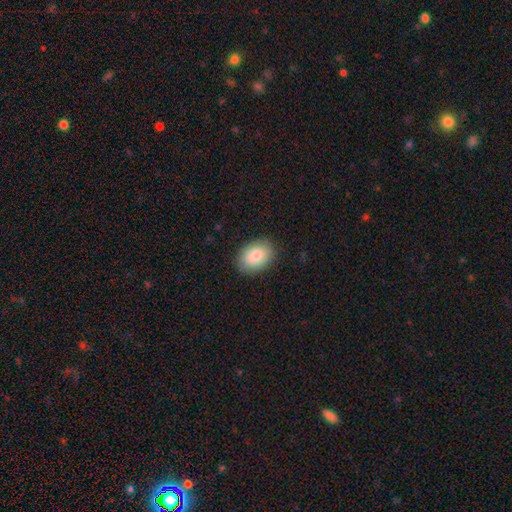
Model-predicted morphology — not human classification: smooth 85%, featured or disk 8%, star or artifact 7%. Down the decision tree: how rounded — in between (80%); merging — none (86%).